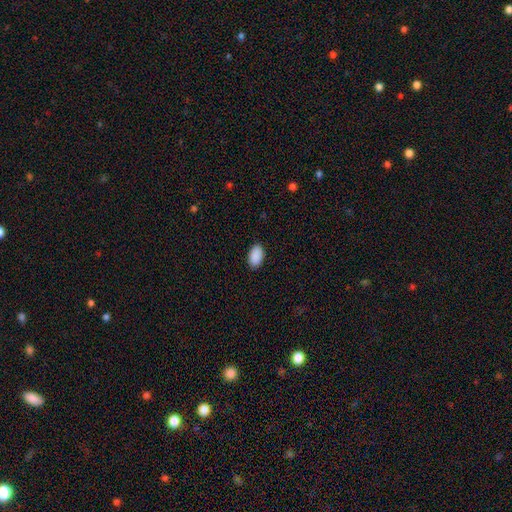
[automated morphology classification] type=smooth (91%); roundness=in between (94%); merging=none (89%).